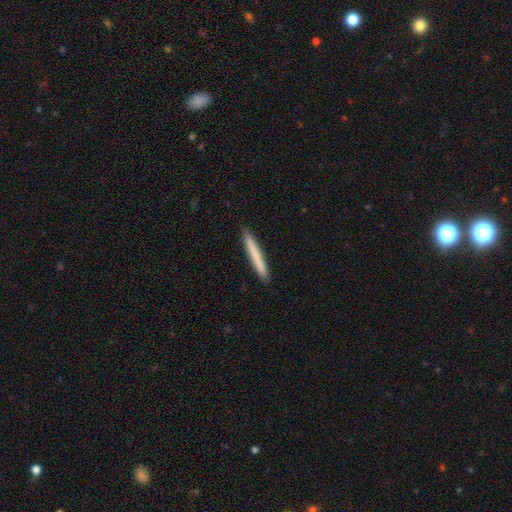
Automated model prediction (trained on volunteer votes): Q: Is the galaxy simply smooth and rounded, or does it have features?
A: smooth — 75%.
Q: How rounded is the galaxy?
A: cigar-shaped — 97%.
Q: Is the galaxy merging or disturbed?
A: none — 92%.